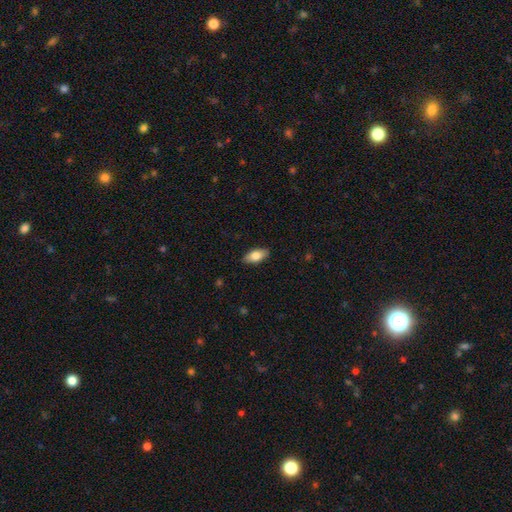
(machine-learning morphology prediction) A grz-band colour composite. It shows a smooth galaxy with no disk features (77%) that is in between round and cigar-shaped (88%). Merging: none (88%).